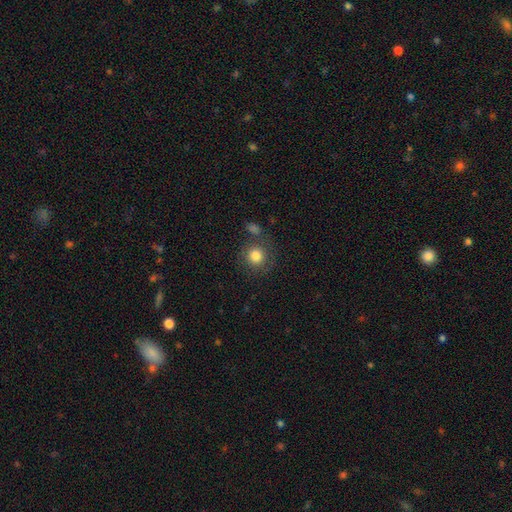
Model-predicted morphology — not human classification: Smooth or featured: smooth — 82% (star or artifact — 10%)
How rounded: round — 91% (in between — 8%)
Merging: none — 75% (minor disturbance — 12%)